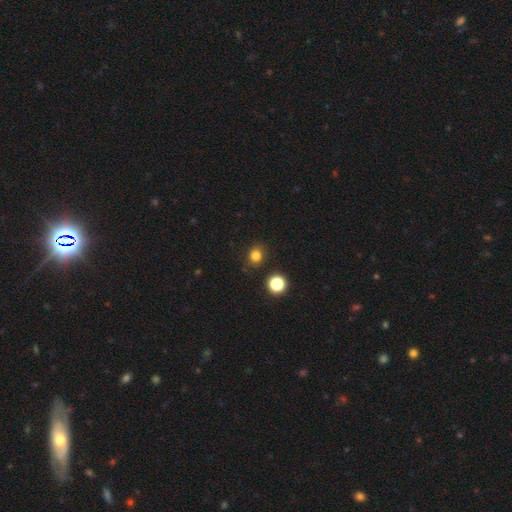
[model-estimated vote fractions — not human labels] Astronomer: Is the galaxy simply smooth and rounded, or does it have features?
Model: smooth — 80%.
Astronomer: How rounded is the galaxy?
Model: round — 75%.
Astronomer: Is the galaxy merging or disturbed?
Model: none — 85%.